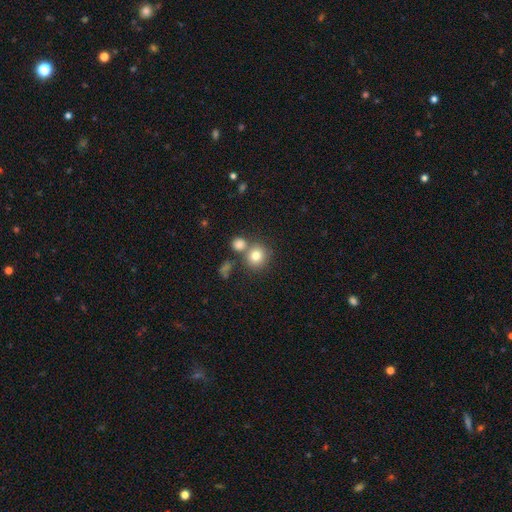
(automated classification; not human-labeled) Morphology: type=smooth (78%); roundness=round (87%); merging=none (62%).